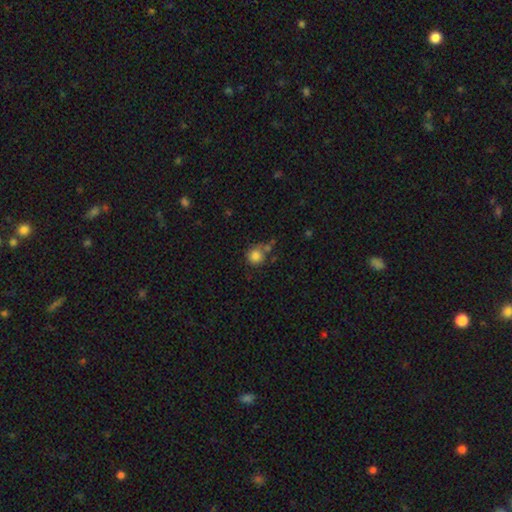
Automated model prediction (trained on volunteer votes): The model was most divided on "merging": none: 60%, merger: 17%, minor disturbance: 16%, major disturbance: 6%. More confident: how rounded — round (90%); smooth or featured — smooth (84%).